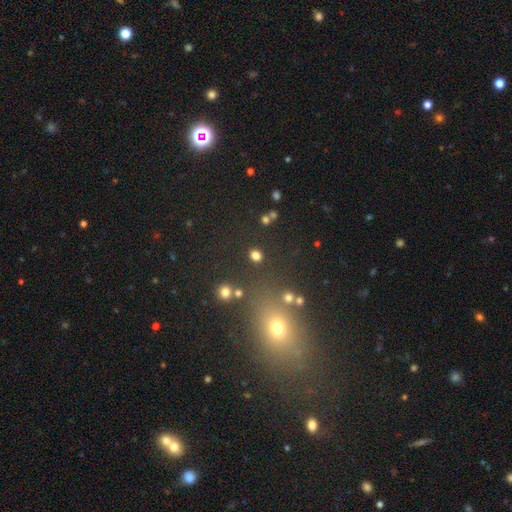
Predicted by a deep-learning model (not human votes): This is likely a smooth galaxy (79%). How rounded: likely round (69%). Merging: clearly none (85%).